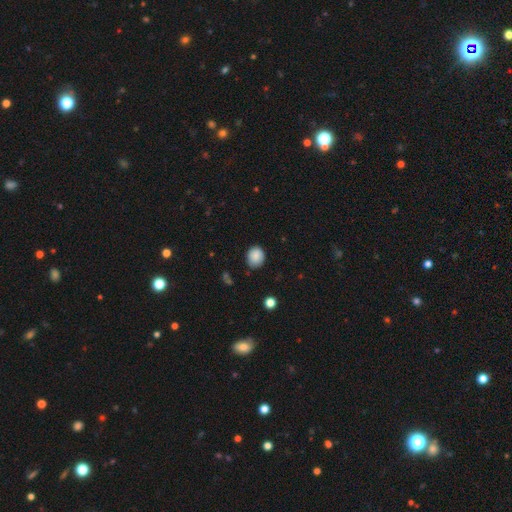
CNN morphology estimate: The model was most divided on "how rounded": round: 64%, in between: 35%, cigar-shaped: 1%. More confident: smooth or featured — smooth (87%); merging — none (80%).